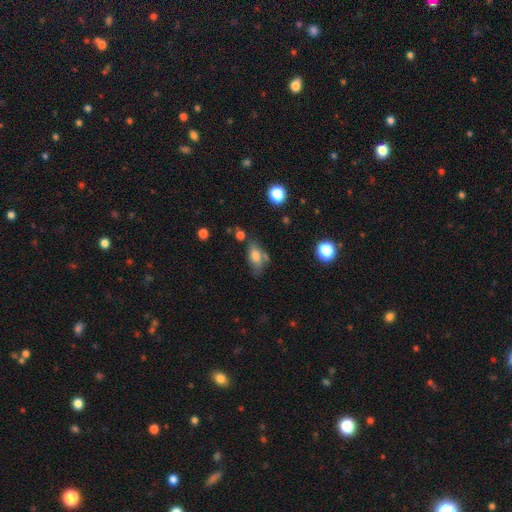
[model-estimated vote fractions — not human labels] A smooth galaxy with no disk features (71%) that is in between round and cigar-shaped (85%). Merging: none (51%).